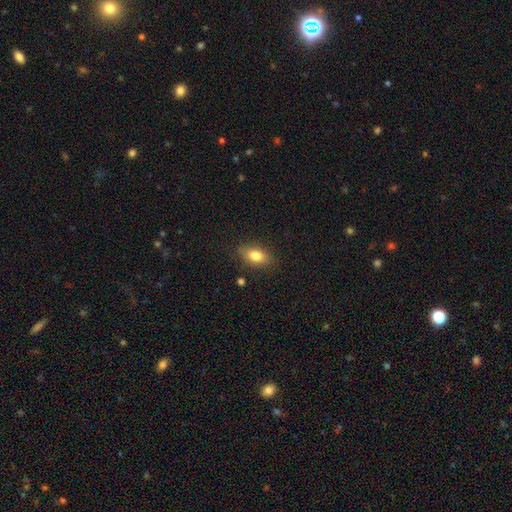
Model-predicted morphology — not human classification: Smooth or featured?
  - smooth: 79% *
  - featured or disk: 12%
  - star or artifact: 9%
How rounded?
  - in between: 83% *
  - round: 10%
  - cigar-shaped: 7%
Merging?
  - none: 83% *
  - minor disturbance: 12%
  - major disturbance: 3%
  - merger: 2%